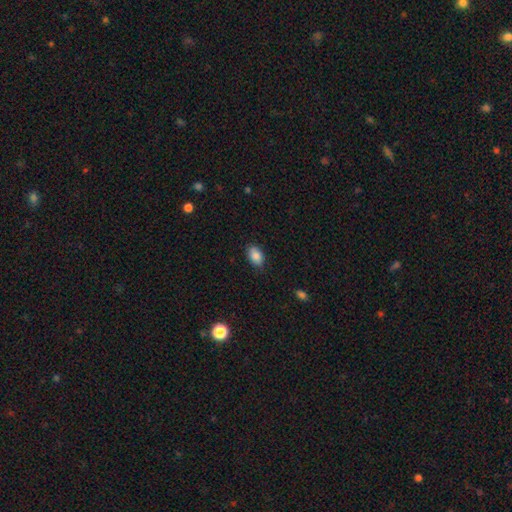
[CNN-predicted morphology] Smooth or featured? Predicted: smooth (p=0.87). How rounded? Predicted: in between (p=0.89). Merging? Predicted: none (p=0.83).